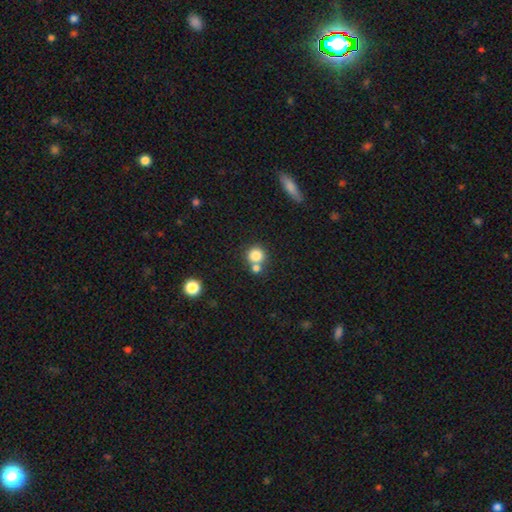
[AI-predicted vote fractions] Smooth or featured?
  - smooth: 82% *
  - star or artifact: 11%
  - featured or disk: 7%
How rounded?
  - round: 90% *
  - in between: 9%
  - cigar-shaped: 1%
Merging?
  - none: 57% *
  - merger: 33%
  - minor disturbance: 7%
  - major disturbance: 3%